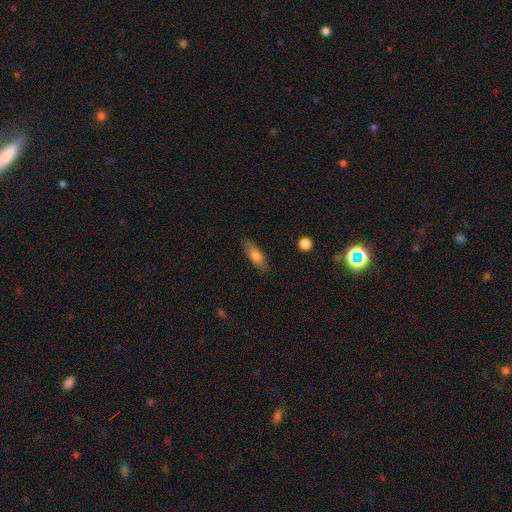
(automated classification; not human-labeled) smooth 73%, featured or disk 20%, star or artifact 7%. Down the decision tree: how rounded — in between (61%); merging — none (82%).